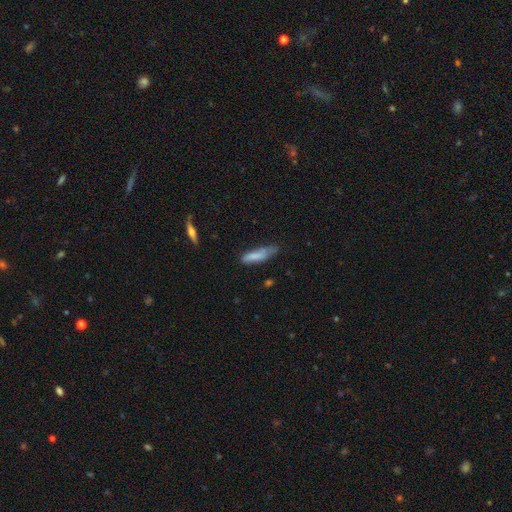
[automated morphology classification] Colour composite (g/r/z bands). It shows a smooth galaxy with no disk features (78%) that is cigar-shaped (65%). Merging: none (47%).